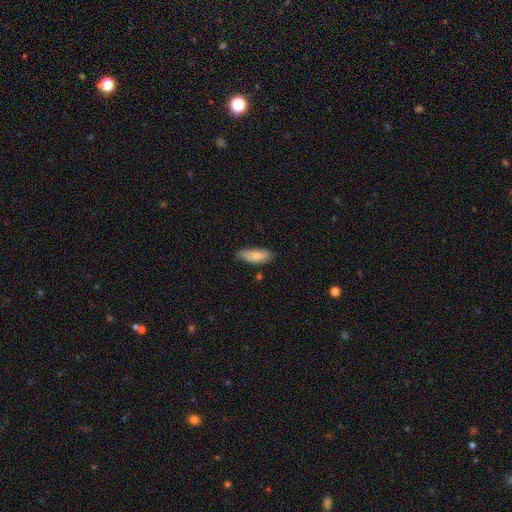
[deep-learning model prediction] Q: Smooth or featured?
A: smooth (83%); runner-up: featured or disk (11%)
Q: How rounded?
A: in between (74%); runner-up: cigar-shaped (24%)
Q: Merging?
A: none (75%); runner-up: minor disturbance (20%)